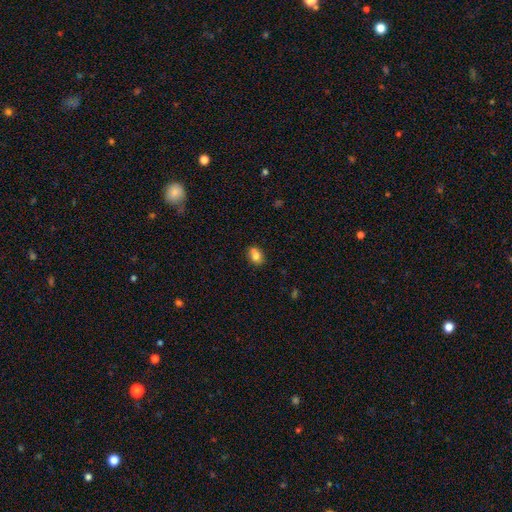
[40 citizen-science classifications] Morphology: type=smooth (88%); roundness=round (54%); merging=none (51%).